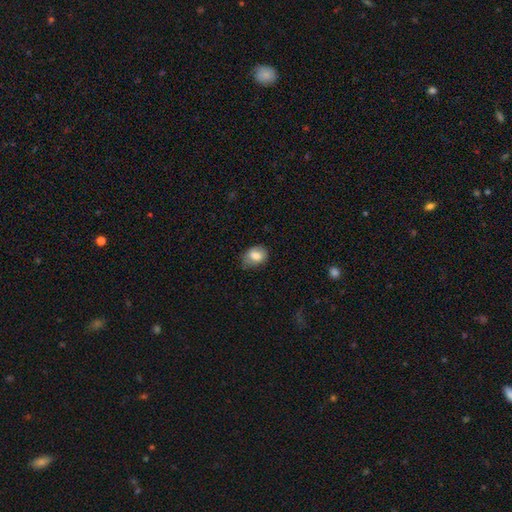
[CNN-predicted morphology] A smooth galaxy with no disk features (78%) that is in between round and cigar-shaped (71%). Merging: none (65%).